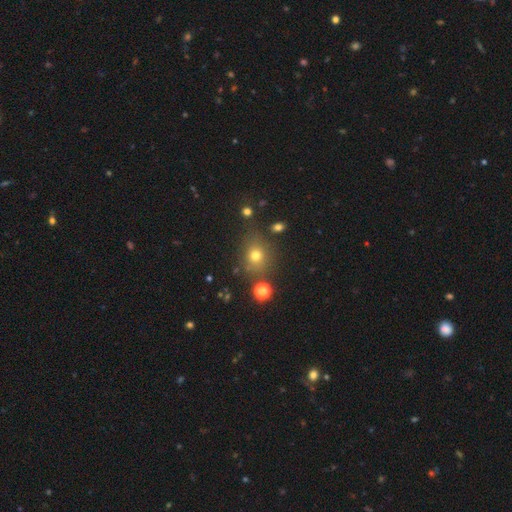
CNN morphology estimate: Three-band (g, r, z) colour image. It shows a smooth galaxy with no disk features (70%) that is round (68%). Merging: none (75%).